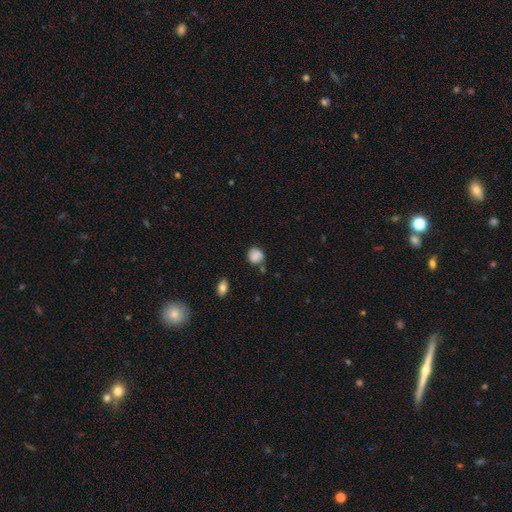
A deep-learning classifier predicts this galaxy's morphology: Smooth or featured: smooth — 83% (star or artifact — 9%)
How rounded: round — 78% (in between — 21%)
Merging: none — 64% (minor disturbance — 22%)